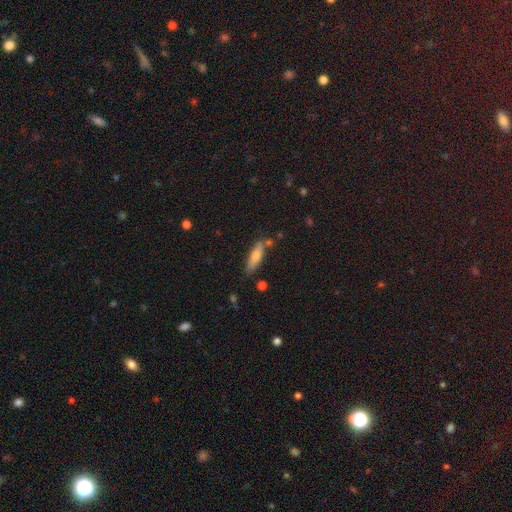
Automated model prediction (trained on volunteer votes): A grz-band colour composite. It shows a smooth galaxy with no disk features (59%) that is cigar-shaped (68%). Merging: none (77%).